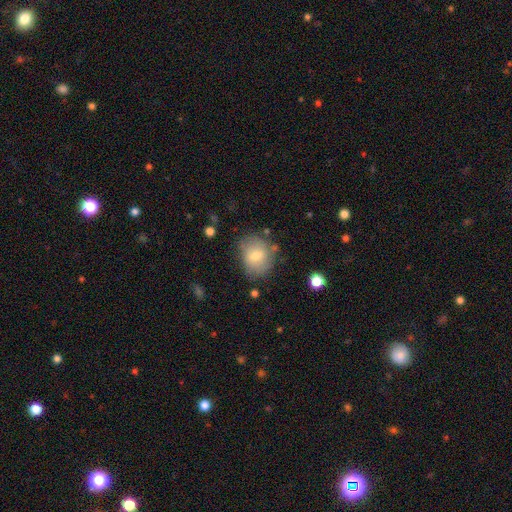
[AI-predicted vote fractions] The model was most divided on "how rounded": round: 60%, in between: 39%, cigar-shaped: 1%. More confident: smooth or featured — smooth (71%); merging — none (69%).